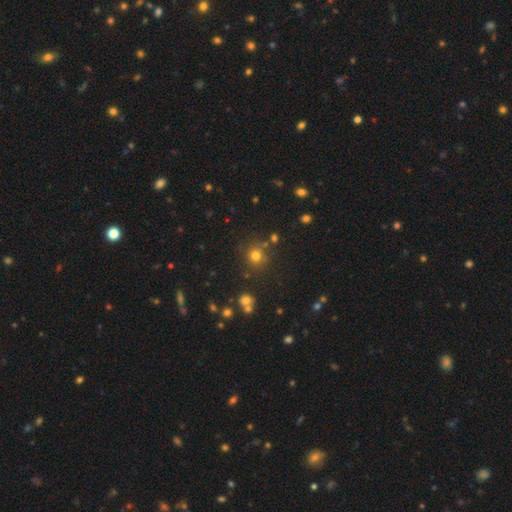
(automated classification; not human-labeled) This is likely a smooth galaxy (74%). How rounded: clearly round (91%). Merging: clearly none (80%).